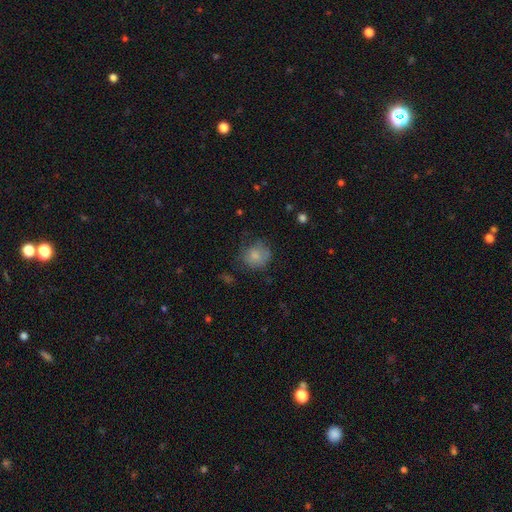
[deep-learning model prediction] Smooth or featured? smooth (78%)
How rounded? round (77%)
Merging? none (59%)